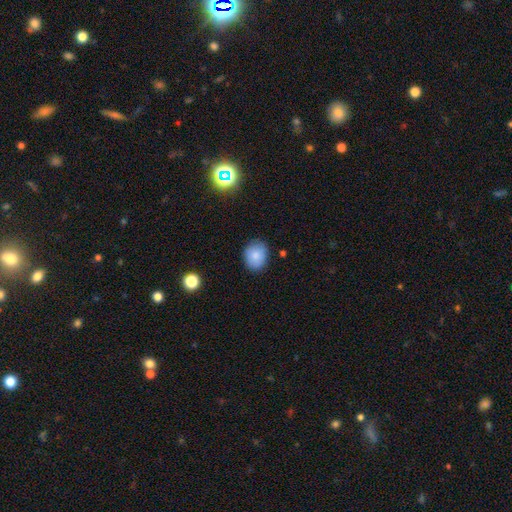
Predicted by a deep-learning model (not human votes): This is clearly a smooth galaxy (82%). How rounded: possibly round (50%). Merging: clearly none (82%).